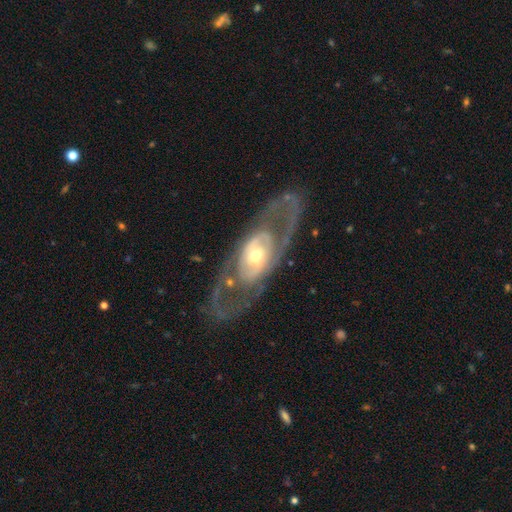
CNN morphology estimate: This appears to be a featured or disk galaxy (81%) with no bar (63%), spiral arms (57%) and a moderate central bulge (66%). Merging: none (71%).